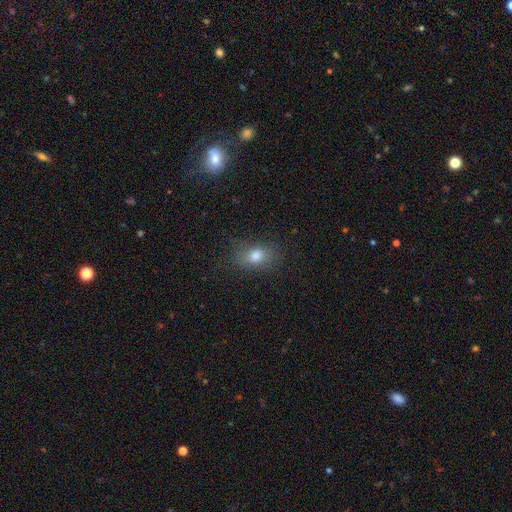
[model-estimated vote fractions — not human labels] Overall: smooth (77%). How rounded: in between (74%). Merging: none (79%).